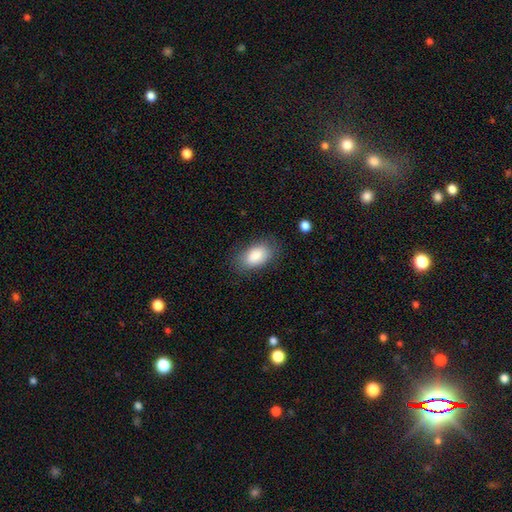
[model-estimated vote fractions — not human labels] Smooth or featured? smooth (86%)
How rounded? in between (91%)
Merging? none (78%)